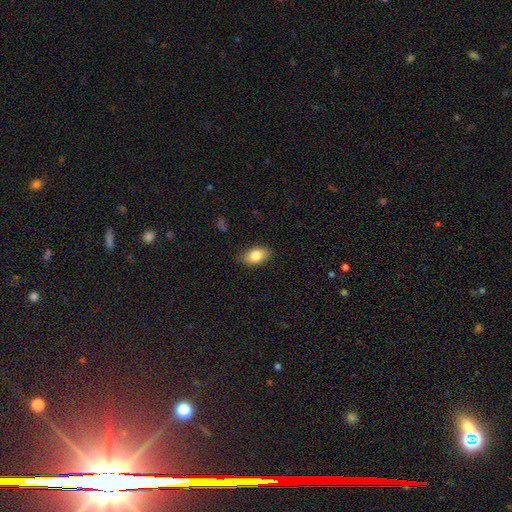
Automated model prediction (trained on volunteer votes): Q: Smooth or featured?
A: smooth (83%); runner-up: featured or disk (10%)
Q: How rounded?
A: in between (90%); runner-up: round (8%)
Q: Merging?
A: none (82%); runner-up: minor disturbance (14%)